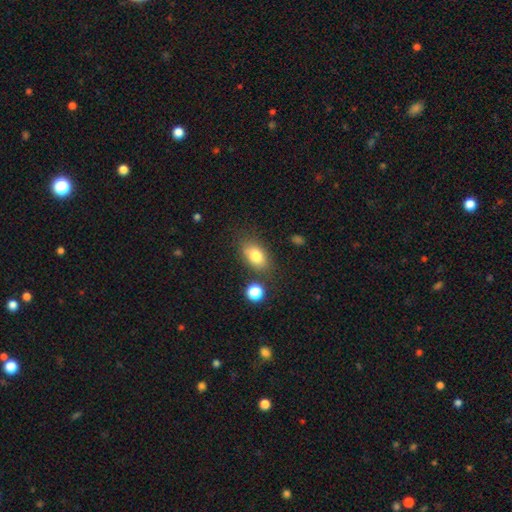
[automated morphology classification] Smooth or featured: smooth — 80% (featured or disk — 11%)
How rounded: in between — 84% (round — 13%)
Merging: none — 76% (minor disturbance — 14%)